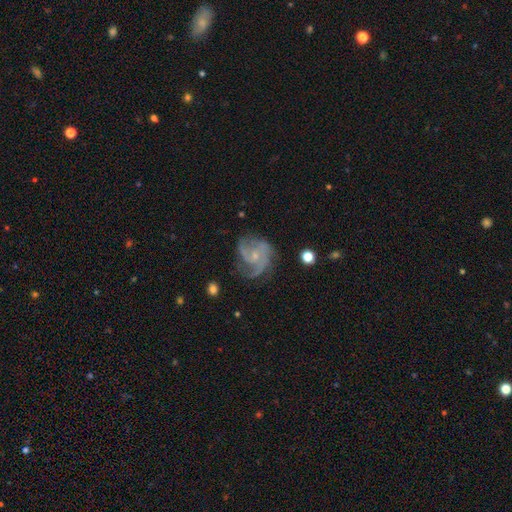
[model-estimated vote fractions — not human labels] Overall: featured or disk (84%). Edge-on disk: no (98%). Bar: no (65%; weak 30%). Spiral arms: yes (95%). Spiral arm count: 3 (44%; 2 23%). Spiral winding: medium (50%; tight 31%). Bulge size: small (70%). Merging: none (59%; minor disturbance 22%).